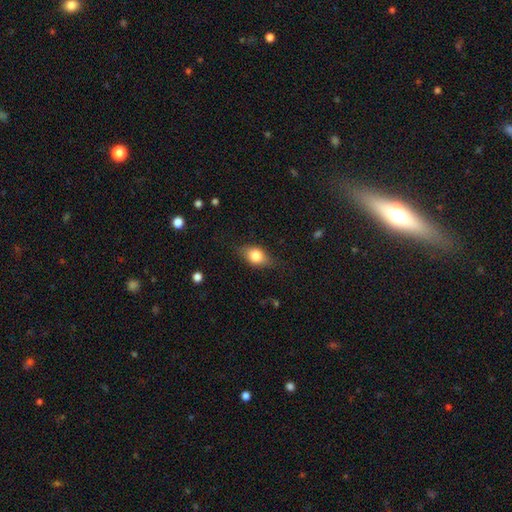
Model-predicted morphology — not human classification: smooth-or-featured: smooth: 74% | featured or disk: 18% | star or artifact: 8%
  how-rounded: in between: 77% | round: 18% | cigar-shaped: 5%
  merging: none: 77% | minor disturbance: 17% | major disturbance: 5% | merger: 1%